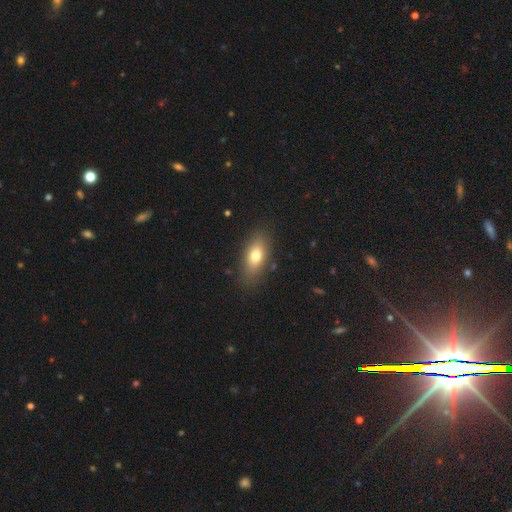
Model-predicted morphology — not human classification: This is likely a smooth galaxy (73%). How rounded: clearly in between (81%). Merging: clearly none (83%).